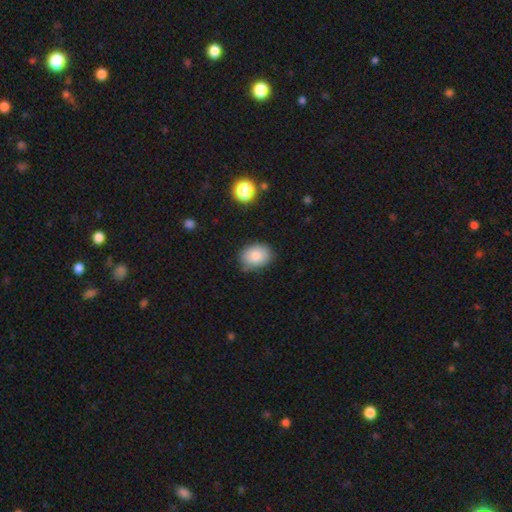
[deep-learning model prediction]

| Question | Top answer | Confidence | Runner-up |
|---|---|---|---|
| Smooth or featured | smooth | 83% | star or artifact (9%) |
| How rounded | in between | 71% | round (28%) |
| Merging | none | 75% | minor disturbance (20%) |